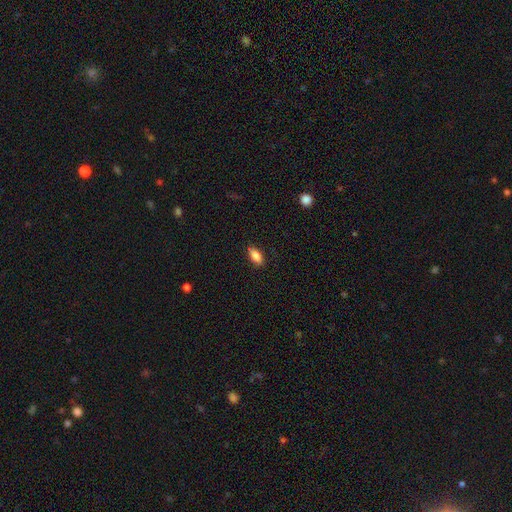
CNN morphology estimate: type=smooth (85%); roundness=in between (87%); merging=none (87%).